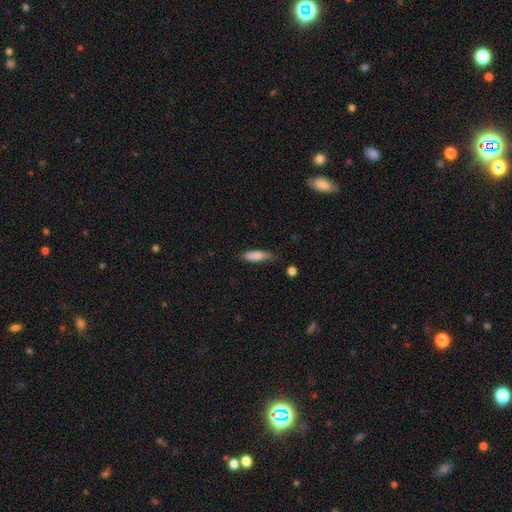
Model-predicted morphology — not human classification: type=smooth (83%); roundness=cigar-shaped (61%); merging=none (68%).